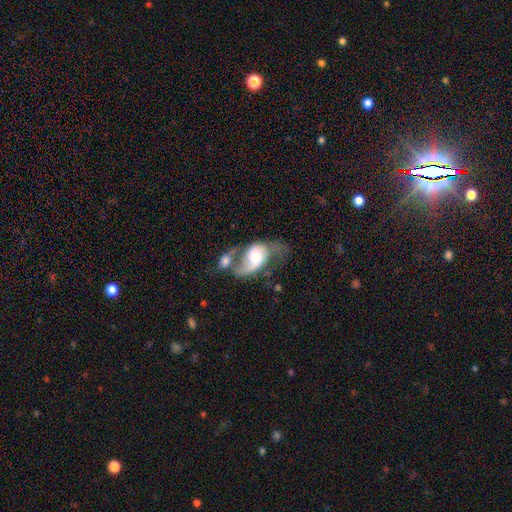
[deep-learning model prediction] Q: Smooth or featured?
A: featured or disk (66%); runner-up: smooth (27%)
Q: Edge-on disk?
A: no (96%); runner-up: yes (4%)
Q: Bar?
A: no (60%); runner-up: weak (31%)
Q: Spiral arms?
A: yes (84%); runner-up: no (16%)
Q: Spiral winding?
A: loose (67%); runner-up: medium (26%)
Q: Spiral arm count?
A: 2 (69%); runner-up: 1 (22%)
Q: Bulge size?
A: moderate (32%); tied with: large (32%)
Q: Merging?
A: merger (41%); runner-up: major disturbance (28%)